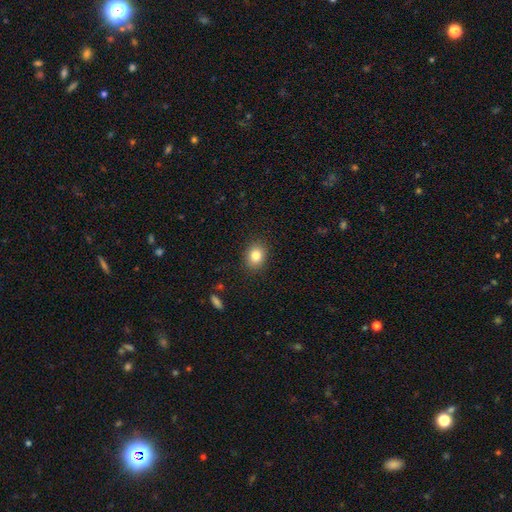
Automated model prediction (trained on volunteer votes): Overall: smooth (82%). How rounded: round (53%; in between 46%). Merging: none (89%).